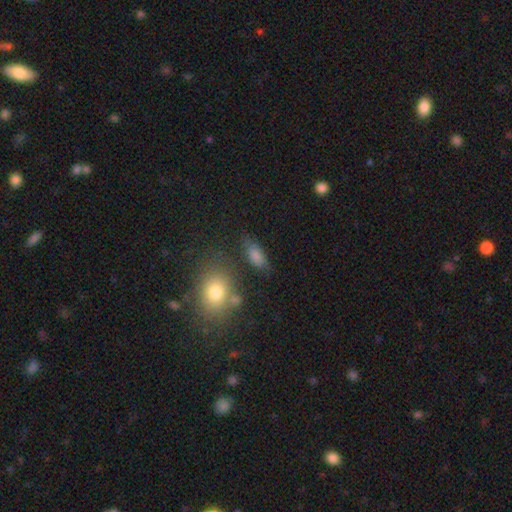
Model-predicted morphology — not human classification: A smooth galaxy with no disk features (79%) that is in between round and cigar-shaped (84%).

Vote fractions:
- Smooth or featured? smooth: 79% / star or artifact: 11% / featured or disk: 10%
- How rounded? in between: 84% / cigar-shaped: 10% / round: 7%
- Merging? none: 65% / minor disturbance: 21% / major disturbance: 8% / merger: 7%